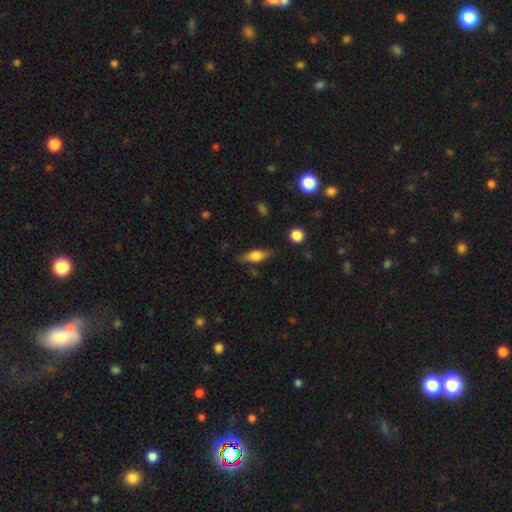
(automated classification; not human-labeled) Smooth or featured: smooth — 59% (featured or disk — 34%)
How rounded: in between — 62% (cigar-shaped — 34%)
Merging: none — 78% (minor disturbance — 16%)